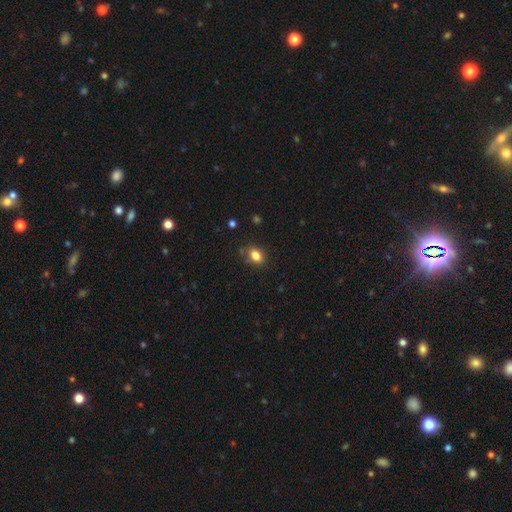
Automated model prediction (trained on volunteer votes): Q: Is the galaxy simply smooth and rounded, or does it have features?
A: smooth — 83%.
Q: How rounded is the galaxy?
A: in between — 74%.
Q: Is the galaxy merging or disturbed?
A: none — 78%.